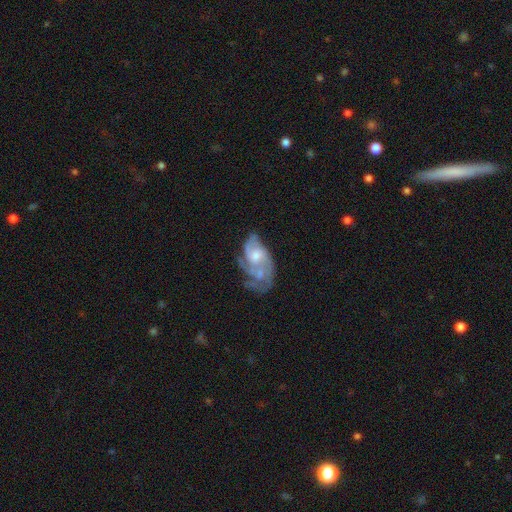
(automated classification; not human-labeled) Overall: featured or disk (78%). Edge-on disk: no (97%). Bar: no (68%). Spiral arms: yes (86%). Spiral arm count: can't tell (28%, tied with 3). Spiral winding: medium (43%; tight 38%). Bulge size: moderate (53%; small 34%). Merging: none (36%; major disturbance 27%).